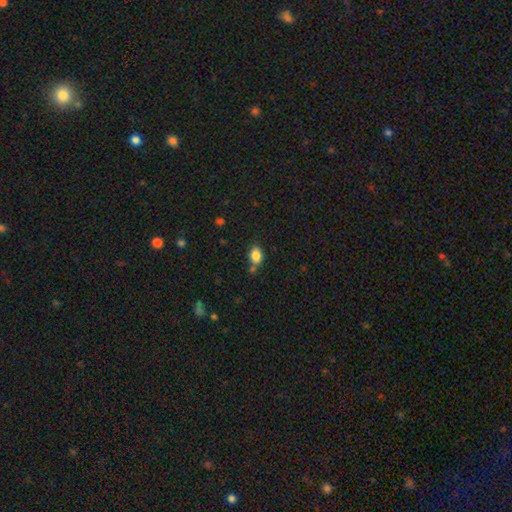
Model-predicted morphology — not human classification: Overall: smooth (84%). How rounded: in between (74%). Merging: none (65%).